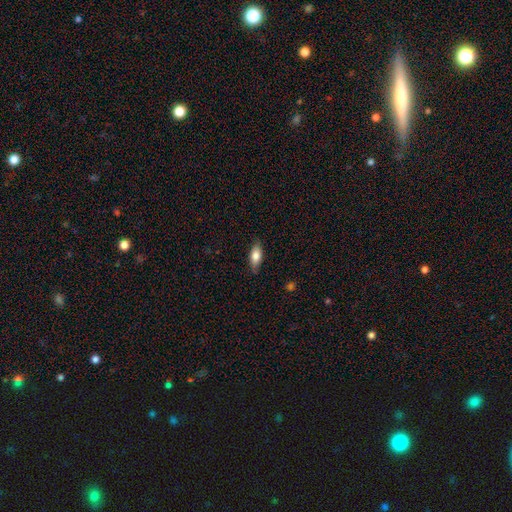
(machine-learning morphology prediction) smooth 77%, featured or disk 17%, star or artifact 7%. Down the decision tree: how rounded — in between (80%); merging — none (82%).